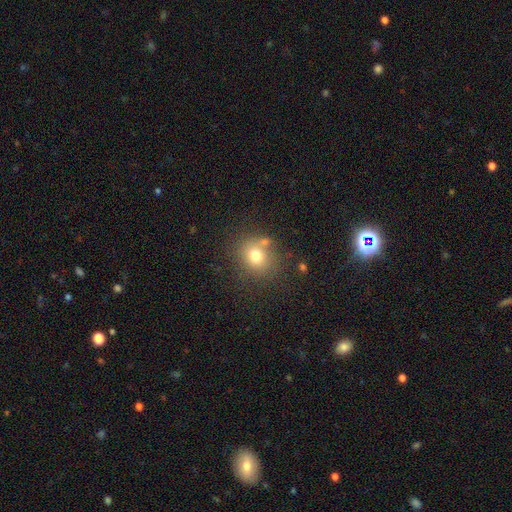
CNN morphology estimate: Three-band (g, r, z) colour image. It shows a smooth galaxy with no disk features (74%) that is round (76%). Merging: none (71%).